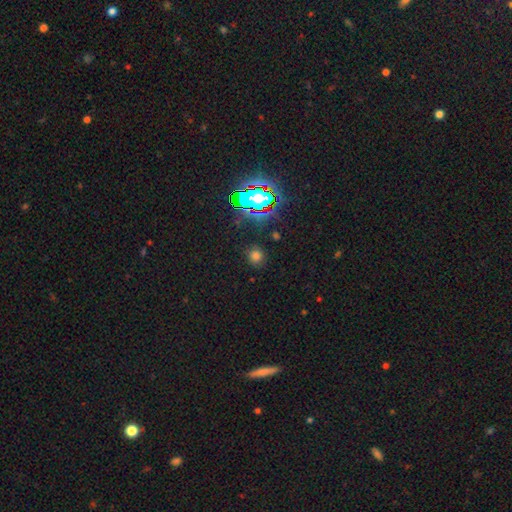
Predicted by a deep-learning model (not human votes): smooth 64%, star or artifact 29%, featured or disk 7%. Down the decision tree: how rounded — round (87%); merging — none (85%).